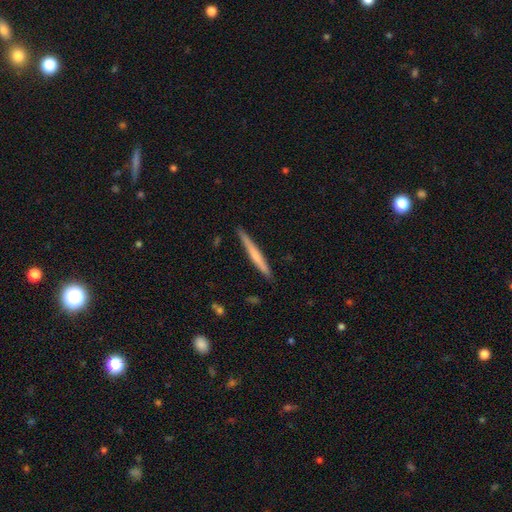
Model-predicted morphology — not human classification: The model was most divided on "smooth or featured": smooth: 53%, featured or disk: 42%, star or artifact: 5%. More confident: how rounded — cigar-shaped (97%); merging — none (90%).